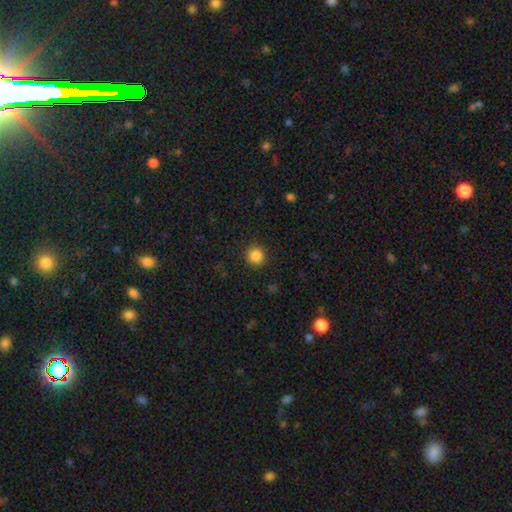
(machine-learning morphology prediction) The model was most divided on "smooth or featured": smooth: 86%, star or artifact: 10%, featured or disk: 3%. More confident: how rounded — round (94%); merging — none (91%).